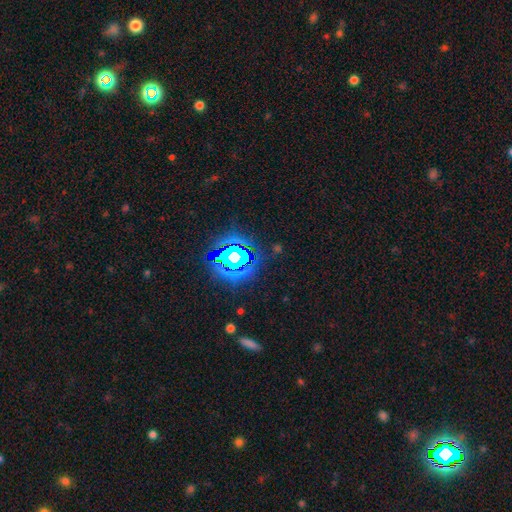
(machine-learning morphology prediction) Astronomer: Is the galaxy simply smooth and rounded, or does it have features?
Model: star or artifact — 78%.